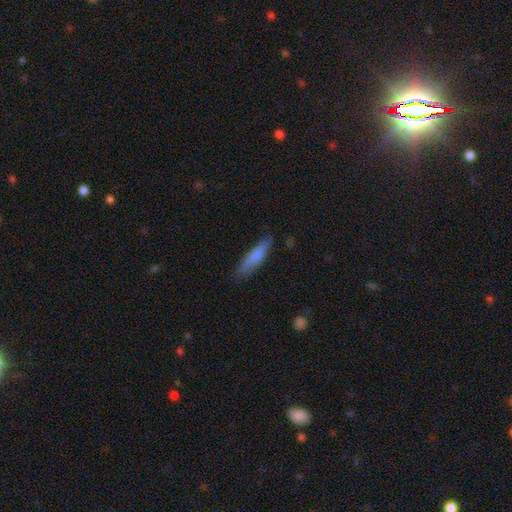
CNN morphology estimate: A smooth galaxy with no disk features (81%) that is cigar-shaped (74%).

Vote fractions:
- Smooth or featured? smooth: 81% / featured or disk: 14% / star or artifact: 6%
- How rounded? cigar-shaped: 74% / in between: 25% / round: 1%
- Merging? none: 78% / minor disturbance: 17% / major disturbance: 4% / merger: 1%